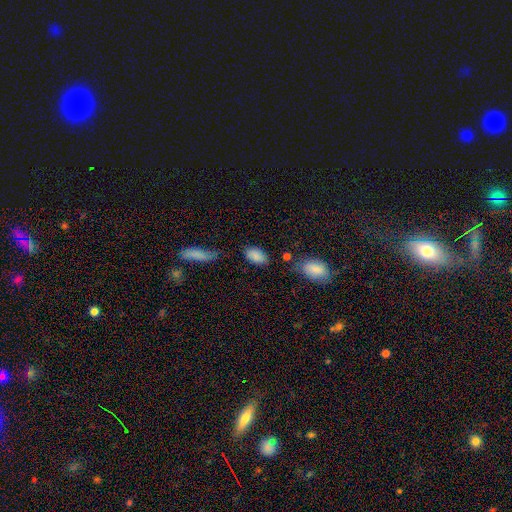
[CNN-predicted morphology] Q: Smooth or featured?
A: smooth (85%); runner-up: star or artifact (8%)
Q: How rounded?
A: in between (92%); runner-up: round (6%)
Q: Merging?
A: none (72%); runner-up: minor disturbance (18%)